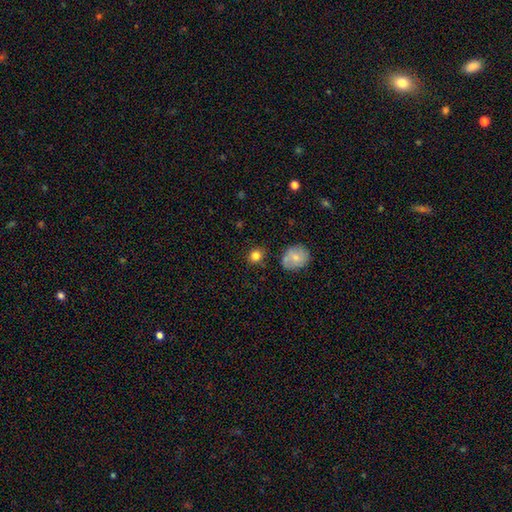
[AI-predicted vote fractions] smooth 83%, star or artifact 10%, featured or disk 7%. Down the decision tree: how rounded — round (82%); merging — none (80%).